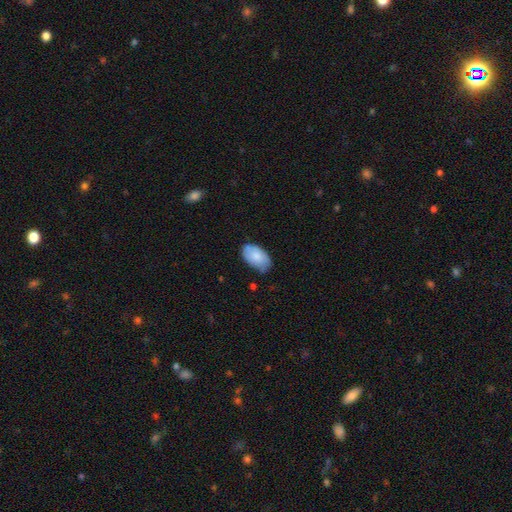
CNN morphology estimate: smooth-or-featured: smooth: 80% | featured or disk: 14% | star or artifact: 6%
  how-rounded: in between: 94% | round: 5% | cigar-shaped: 1%
  merging: none: 67% | minor disturbance: 26% | major disturbance: 4% | merger: 2%